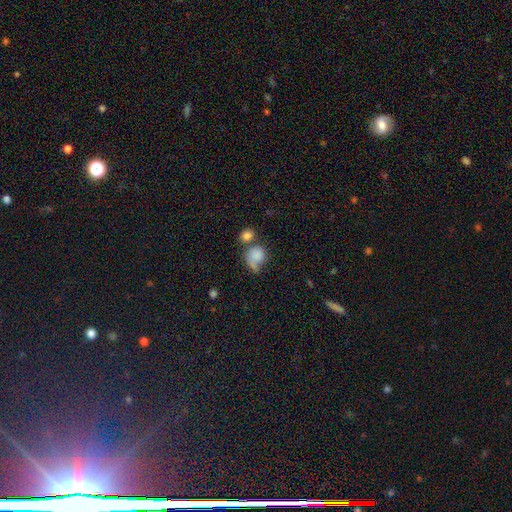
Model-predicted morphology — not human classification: Smooth or featured: smooth — 76% (featured or disk — 15%)
How rounded: round — 65% (in between — 34%)
Merging: none — 31% (merger — 30%)